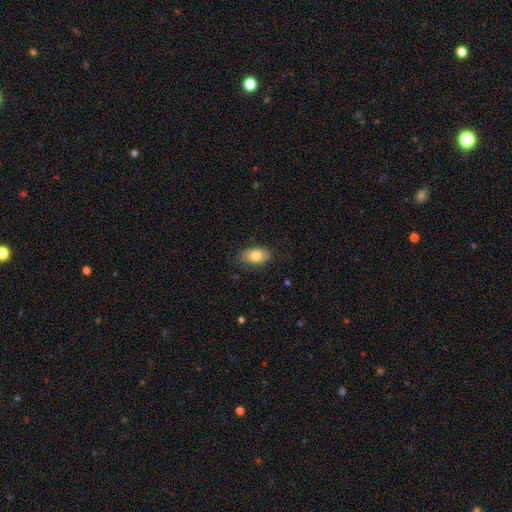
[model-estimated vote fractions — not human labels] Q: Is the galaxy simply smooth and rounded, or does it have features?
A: smooth — 79%.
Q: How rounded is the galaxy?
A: in between — 91%.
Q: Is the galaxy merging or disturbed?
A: none — 82%.